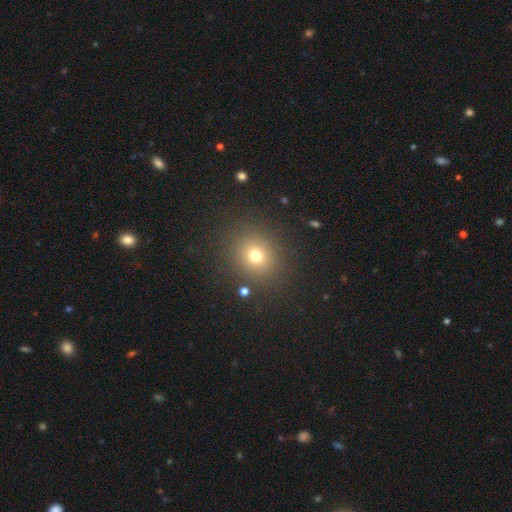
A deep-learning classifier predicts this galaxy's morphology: Smooth or featured?
  - smooth: 73% *
  - star or artifact: 18%
  - featured or disk: 9%
How rounded?
  - round: 83% *
  - in between: 16%
  - cigar-shaped: 1%
Merging?
  - none: 87% *
  - minor disturbance: 8%
  - major disturbance: 4%
  - merger: 2%